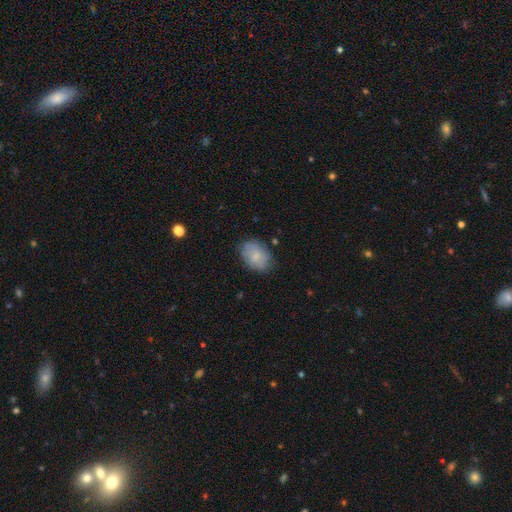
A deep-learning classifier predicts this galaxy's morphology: A smooth galaxy with no disk features (75%) that is in between round and cigar-shaped (79%). Merging: none (75%).